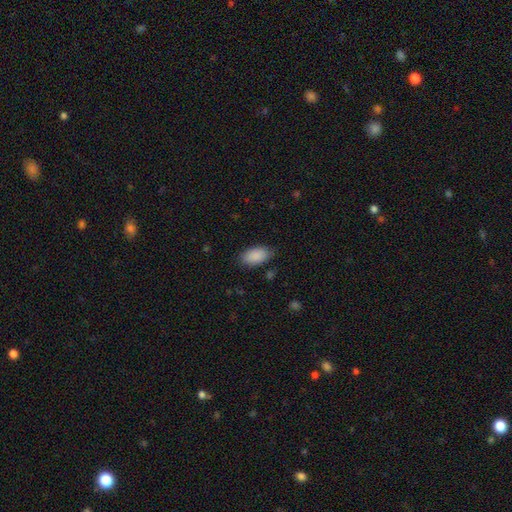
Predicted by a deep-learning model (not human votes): A smooth galaxy with no disk features (90%) that is in between round and cigar-shaped (94%).

Vote fractions:
- Smooth or featured? smooth: 90% / star or artifact: 6% / featured or disk: 4%
- How rounded? in between: 94% / round: 4% / cigar-shaped: 2%
- Merging? none: 81% / minor disturbance: 14% / major disturbance: 3% / merger: 1%